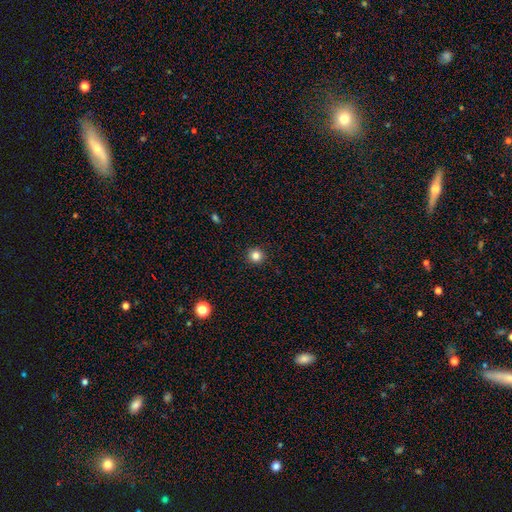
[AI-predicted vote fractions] Smooth or featured? smooth (83%)
How rounded? round (94%)
Merging? none (93%)